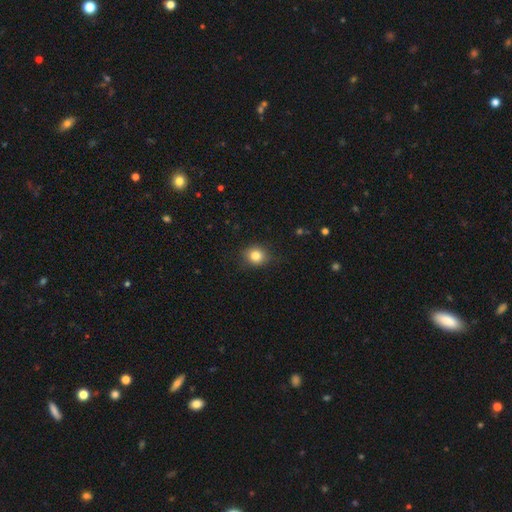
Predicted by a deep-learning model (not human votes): smooth-or-featured: smooth: 82% | star or artifact: 11% | featured or disk: 7%
  how-rounded: round: 79% | in between: 20% | cigar-shaped: 1%
  merging: none: 85% | minor disturbance: 11% | major disturbance: 3% | merger: 1%